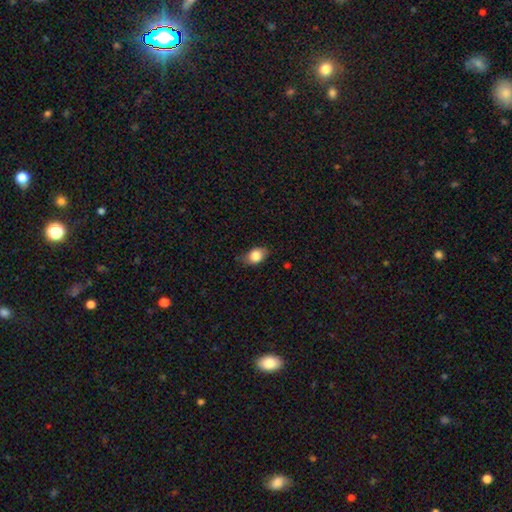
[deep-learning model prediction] This is clearly a smooth galaxy (82%). How rounded: likely in between (75%). Merging: likely none (70%).